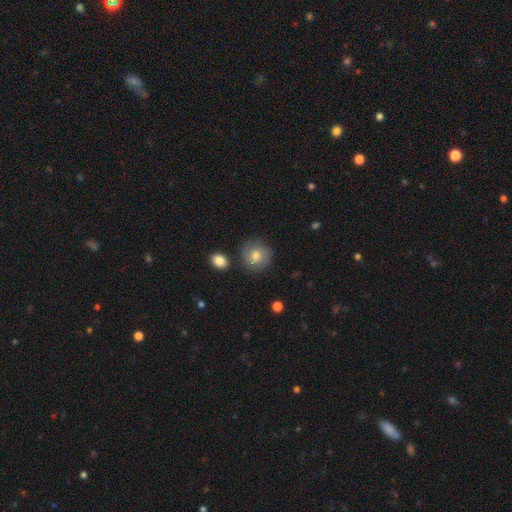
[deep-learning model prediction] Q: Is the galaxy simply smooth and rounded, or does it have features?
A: smooth — 68%.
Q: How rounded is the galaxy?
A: round — 88%.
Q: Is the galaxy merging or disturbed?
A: none — 81%.